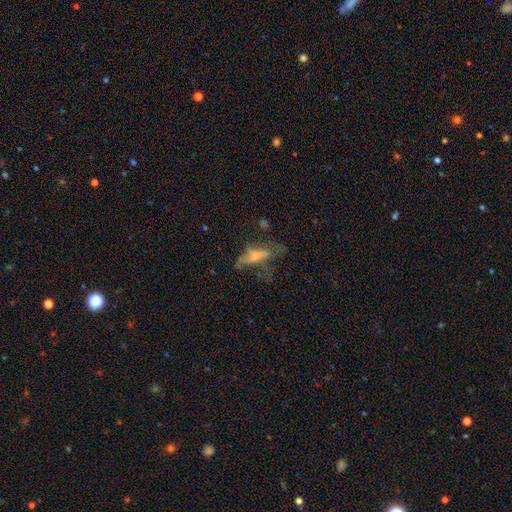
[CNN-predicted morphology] Q: Smooth or featured?
A: smooth (44%); runner-up: featured or disk (42%)
Q: Merging?
A: major disturbance (41%); runner-up: none (32%)